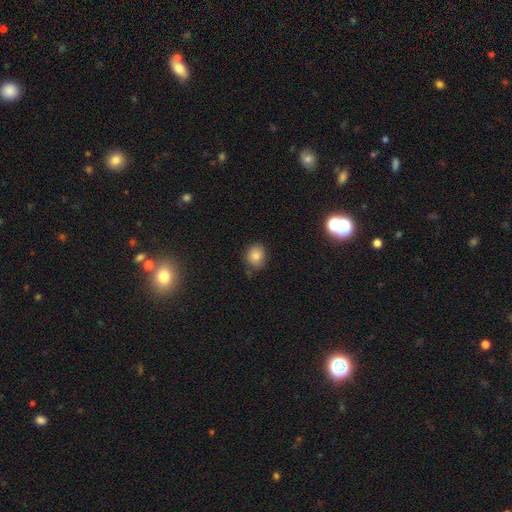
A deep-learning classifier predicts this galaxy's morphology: smooth 83%, star or artifact 11%, featured or disk 6%. Down the decision tree: how rounded — round (74%); merging — none (76%).